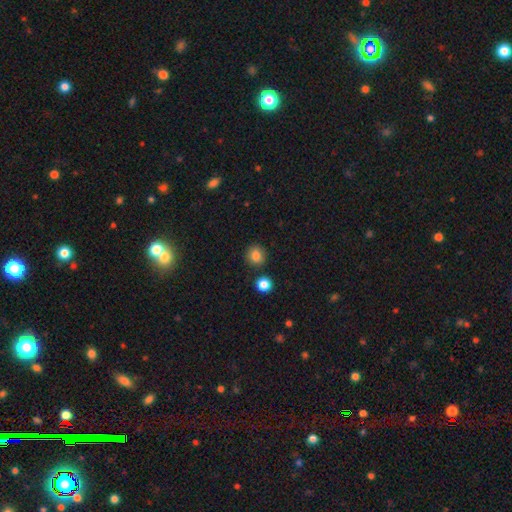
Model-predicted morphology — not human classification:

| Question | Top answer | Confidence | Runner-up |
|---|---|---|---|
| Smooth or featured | smooth | 84% | star or artifact (11%) |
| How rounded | round | 86% | in between (13%) |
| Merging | none | 86% | minor disturbance (7%) |